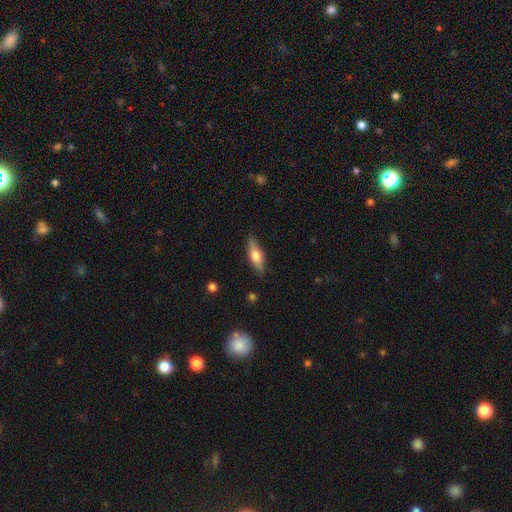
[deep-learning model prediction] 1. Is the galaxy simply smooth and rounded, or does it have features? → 57% smooth, 37% featured or disk, 6% star or artifact.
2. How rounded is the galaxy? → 53% in between, 44% cigar-shaped, 3% round.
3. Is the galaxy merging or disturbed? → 85% none, 11% minor disturbance, 2% major disturbance, 1% merger.